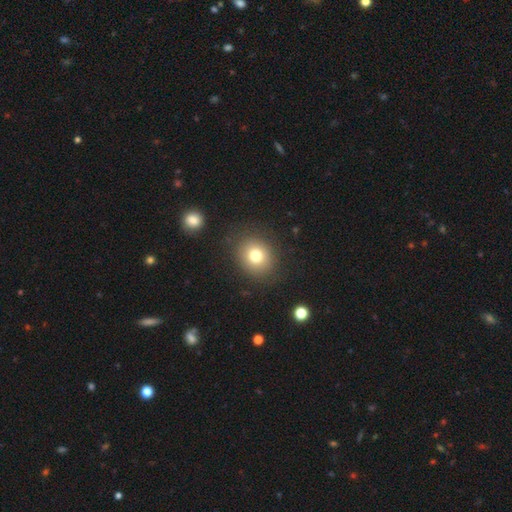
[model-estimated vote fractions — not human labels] Smooth or featured: smooth — 77% (star or artifact — 12%)
How rounded: round — 75% (in between — 25%)
Merging: none — 85% (minor disturbance — 9%)